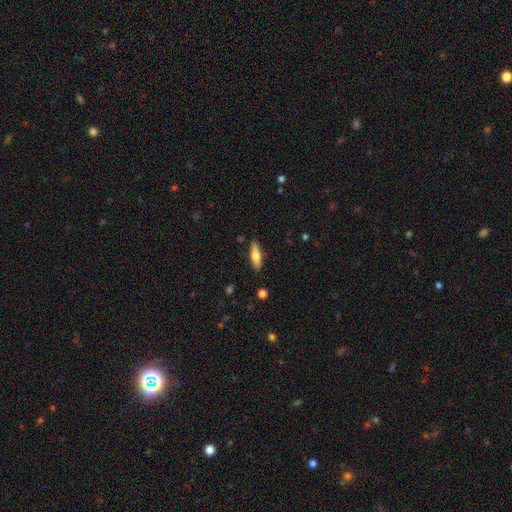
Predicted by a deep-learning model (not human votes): smooth_or_featured: smooth (p=0.65) [alt: featured or disk p=0.29]
how_rounded: cigar-shaped (p=0.54) [alt: in between p=0.44]
merging: none (p=0.86) [alt: minor disturbance p=0.10]